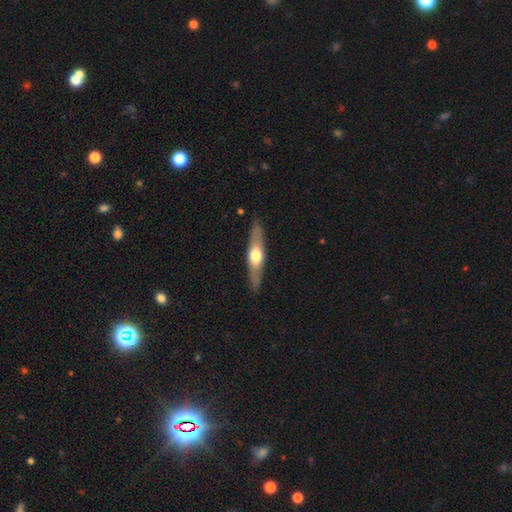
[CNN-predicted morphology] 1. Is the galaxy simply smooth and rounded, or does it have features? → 55% featured or disk, 40% smooth, 5% star or artifact.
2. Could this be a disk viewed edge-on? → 87% yes, 13% no.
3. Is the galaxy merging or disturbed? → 87% none, 10% minor disturbance, 2% major disturbance, 1% merger.